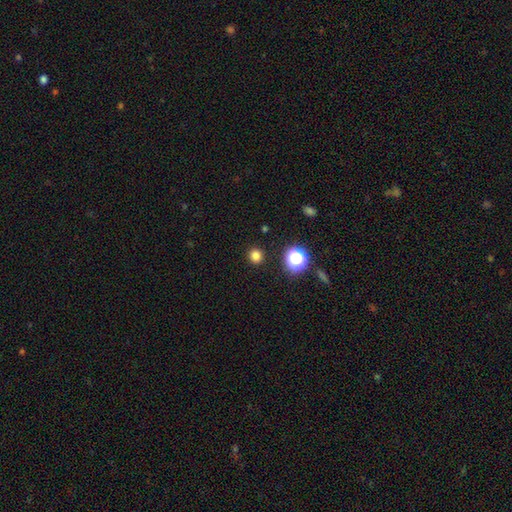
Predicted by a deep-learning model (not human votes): smooth 80%, star or artifact 16%, featured or disk 4%. Down the decision tree: how rounded — round (91%); merging — none (92%).